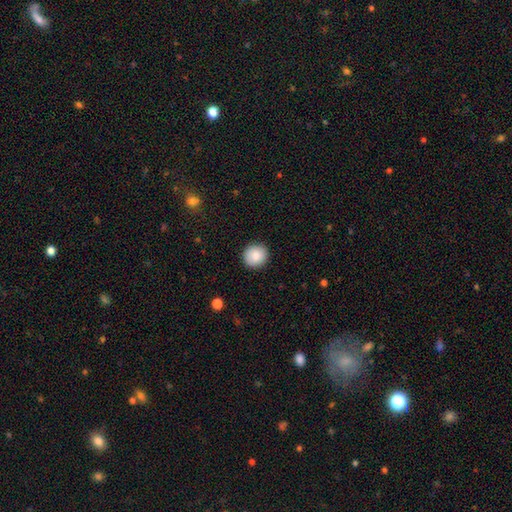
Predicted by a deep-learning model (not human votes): Smooth or featured? smooth (84%)
How rounded? round (90%)
Merging? none (91%)